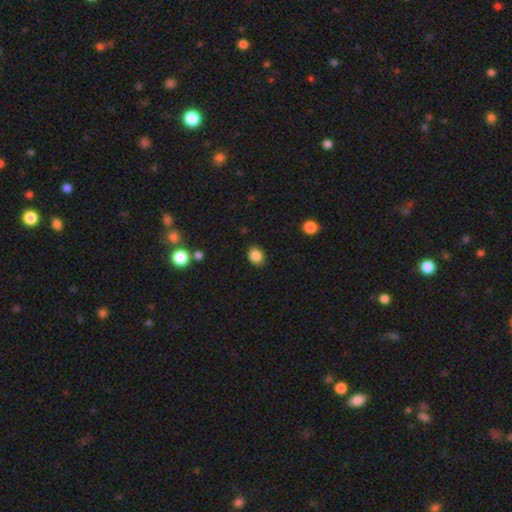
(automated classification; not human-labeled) Morphology: type=smooth (86%); roundness=round (52%); merging=none (88%).